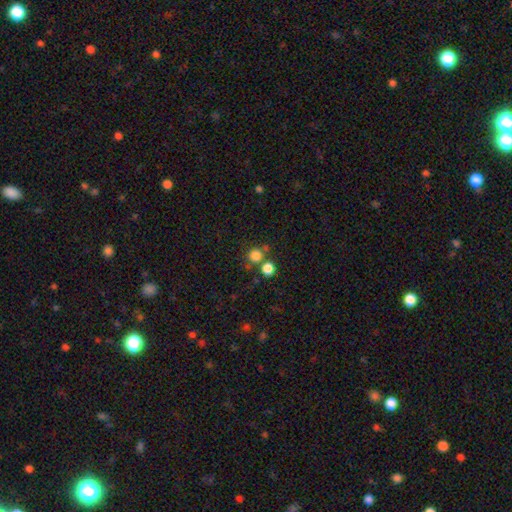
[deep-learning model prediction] Q: Smooth or featured?
A: smooth (78%); runner-up: star or artifact (15%)
Q: How rounded?
A: round (91%); runner-up: in between (8%)
Q: Merging?
A: none (68%); runner-up: merger (21%)